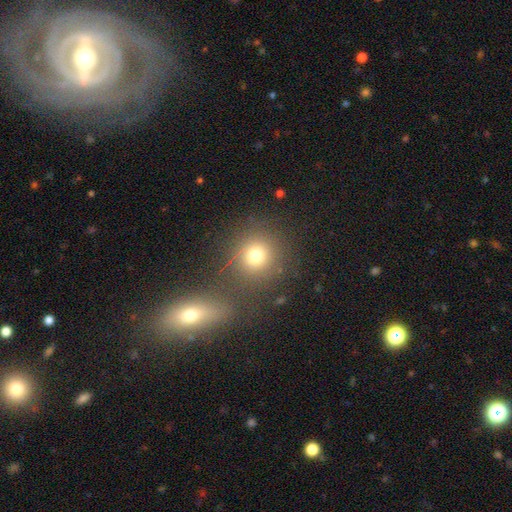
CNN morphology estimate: This is likely a smooth galaxy (74%). How rounded: clearly round (89%). Merging: likely none (74%).